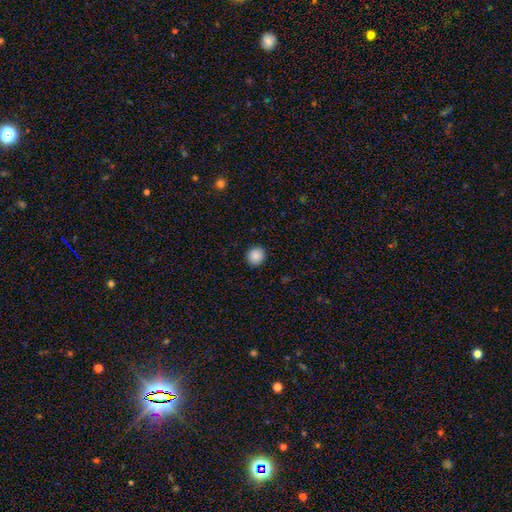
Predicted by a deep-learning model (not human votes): This is clearly a smooth galaxy (89%). How rounded: clearly round (90%). Merging: clearly none (92%).